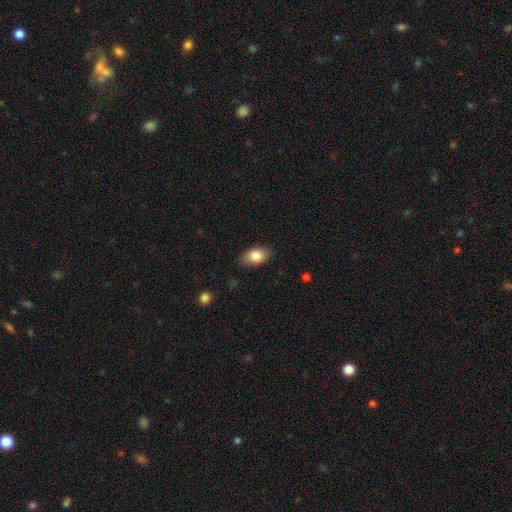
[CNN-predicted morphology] Q: Smooth or featured?
A: smooth (84%); runner-up: featured or disk (9%)
Q: How rounded?
A: in between (89%); runner-up: round (9%)
Q: Merging?
A: none (82%); runner-up: minor disturbance (13%)